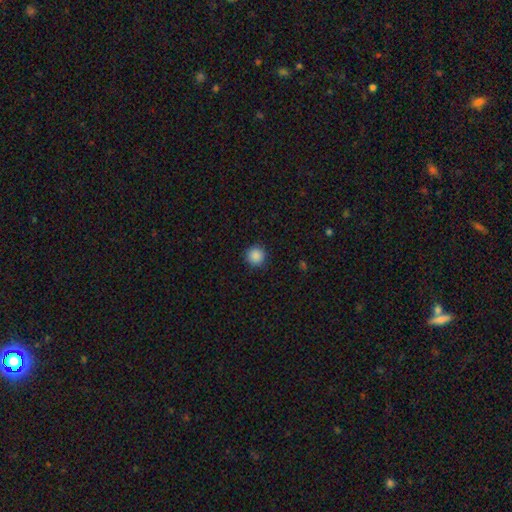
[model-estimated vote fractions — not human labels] This is clearly a smooth galaxy (88%). How rounded: clearly round (94%). Merging: clearly none (91%).